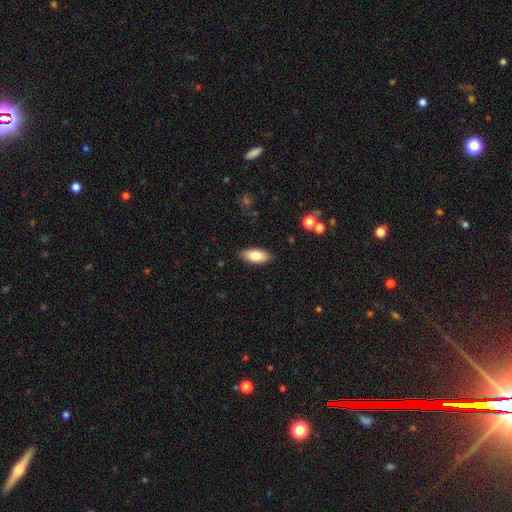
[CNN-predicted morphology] This is clearly a smooth galaxy (80%). How rounded: clearly in between (86%). Merging: clearly none (86%).